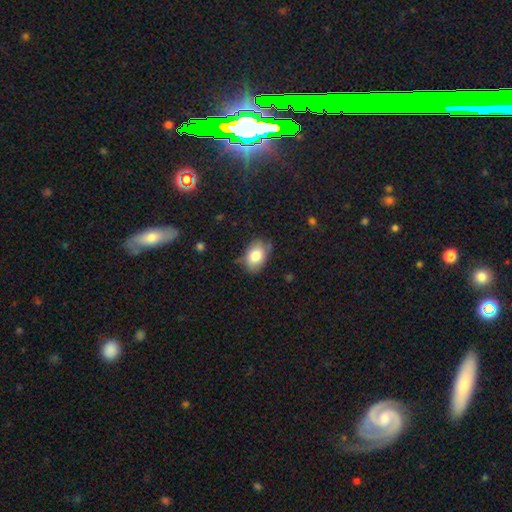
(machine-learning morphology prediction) This is clearly a smooth galaxy (81%). How rounded: clearly in between (83%). Merging: likely none (69%).